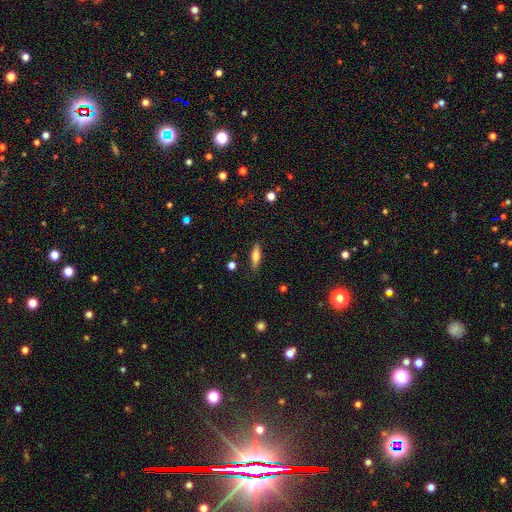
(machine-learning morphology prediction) Smooth or featured? Predicted: smooth (p=0.64). How rounded? Predicted: cigar-shaped (p=0.61). Merging? Predicted: none (p=0.84).